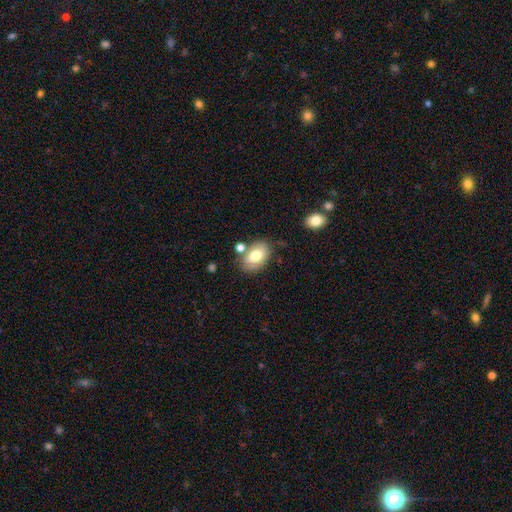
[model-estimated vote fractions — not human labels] A smooth galaxy with no disk features (75%) that is in between round and cigar-shaped (88%).

Vote fractions:
- Smooth or featured? smooth: 75% / featured or disk: 17% / star or artifact: 8%
- How rounded? in between: 88% / round: 10% / cigar-shaped: 1%
- Merging? none: 70% / minor disturbance: 15% / merger: 10% / major disturbance: 4%